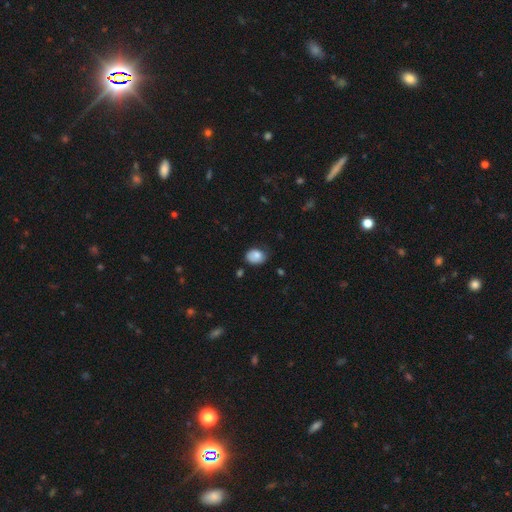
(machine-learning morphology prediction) smooth_or_featured: smooth (p=0.80) [alt: featured or disk p=0.11]
how_rounded: in between (p=0.68) [alt: round p=0.31]
merging: none (p=0.59) [alt: minor disturbance p=0.32]